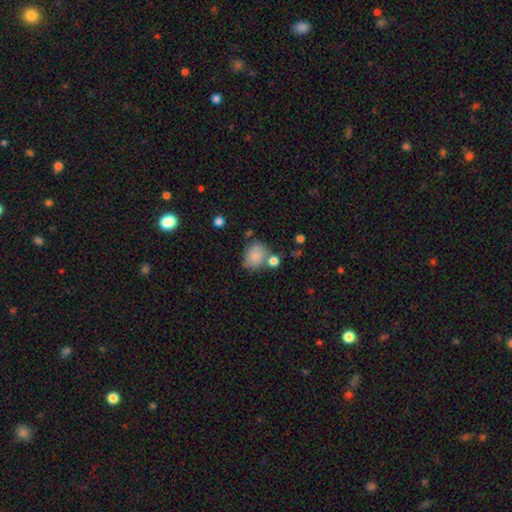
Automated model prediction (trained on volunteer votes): The model was most divided on "how rounded": round: 50%, in between: 48%, cigar-shaped: 1%. More confident: smooth or featured — smooth (82%); merging — none (55%).